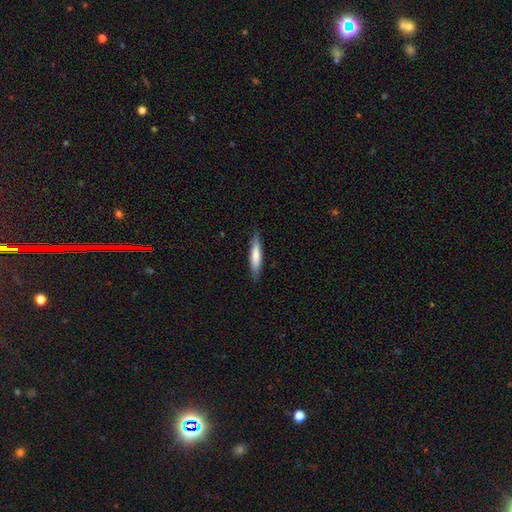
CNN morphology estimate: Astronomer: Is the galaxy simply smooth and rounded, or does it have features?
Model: smooth — 76%.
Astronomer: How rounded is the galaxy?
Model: cigar-shaped — 85%.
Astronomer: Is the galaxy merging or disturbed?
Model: none — 86%.